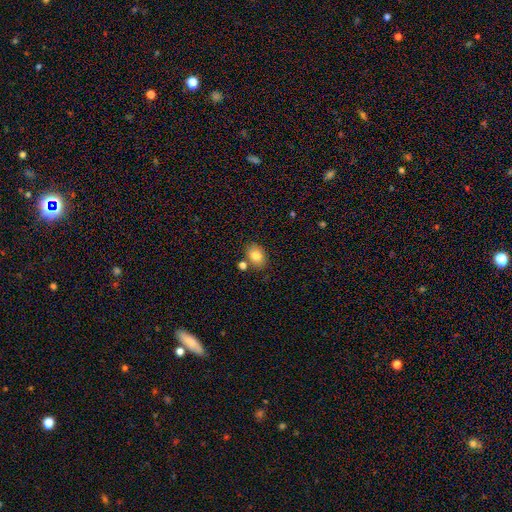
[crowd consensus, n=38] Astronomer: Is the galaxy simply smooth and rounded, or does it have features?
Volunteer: smooth — 89%.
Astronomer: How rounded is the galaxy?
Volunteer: in between — 85%.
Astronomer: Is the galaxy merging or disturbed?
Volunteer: none — 55%.